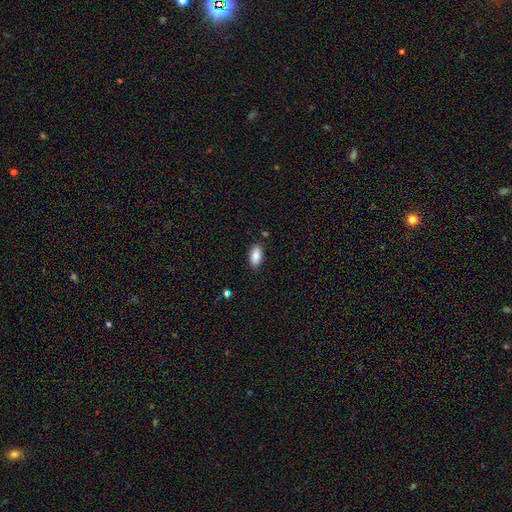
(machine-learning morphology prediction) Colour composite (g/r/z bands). It shows a smooth galaxy with no disk features (89%) that is in between round and cigar-shaped (93%). Merging: none (86%).